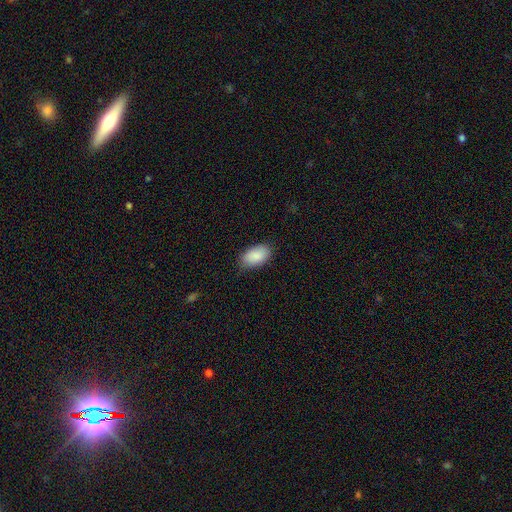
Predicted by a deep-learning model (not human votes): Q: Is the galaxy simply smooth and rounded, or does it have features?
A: smooth — 89%.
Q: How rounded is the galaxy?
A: in between — 95%.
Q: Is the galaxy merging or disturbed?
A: none — 81%.